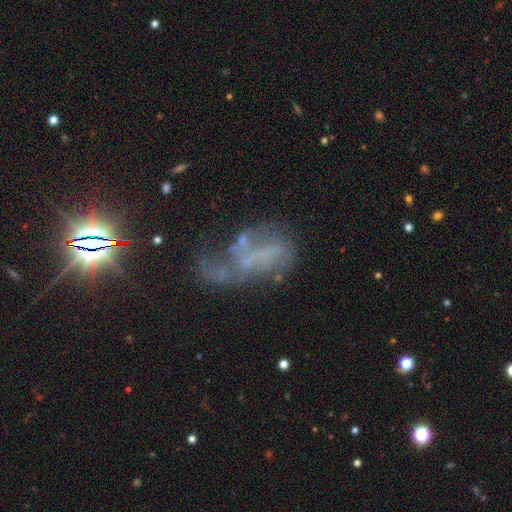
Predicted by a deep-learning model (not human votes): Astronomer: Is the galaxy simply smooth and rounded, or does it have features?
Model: featured or disk — 55%.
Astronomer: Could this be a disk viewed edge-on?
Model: no — 95%.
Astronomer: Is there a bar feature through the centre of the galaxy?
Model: no — 72%.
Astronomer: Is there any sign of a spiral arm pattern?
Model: no — 60% (runner-up: yes, 40%).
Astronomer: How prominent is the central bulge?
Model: none — 77%.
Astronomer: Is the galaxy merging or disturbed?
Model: major disturbance — 39% (runner-up: none, 30%).